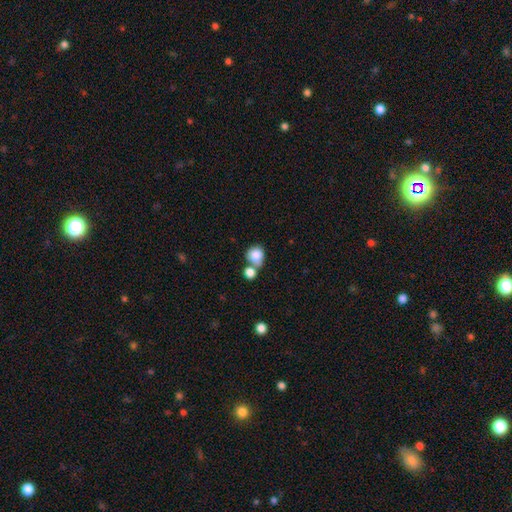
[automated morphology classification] Q: Smooth or featured?
A: smooth (83%); runner-up: featured or disk (9%)
Q: How rounded?
A: round (75%); runner-up: in between (24%)
Q: Merging?
A: none (42%); tied with: merger (42%)